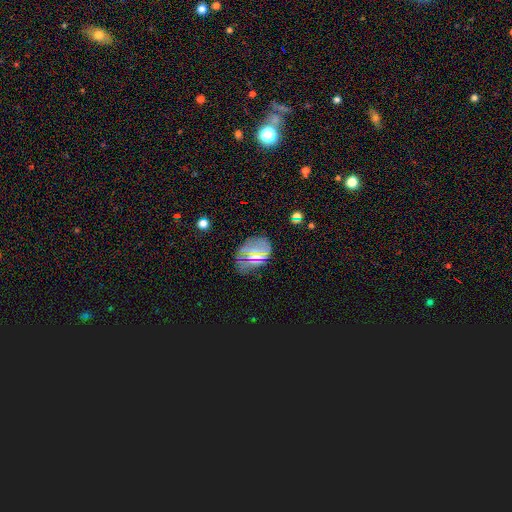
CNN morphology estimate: A smooth galaxy with no disk features (54%) that is in between round and cigar-shaped (58%).

Vote fractions:
- Smooth or featured? smooth: 54% / star or artifact: 28% / featured or disk: 18%
- How rounded? in between: 58% / round: 39% / cigar-shaped: 4%
- Merging? none: 80% / minor disturbance: 13% / major disturbance: 5% / merger: 2%